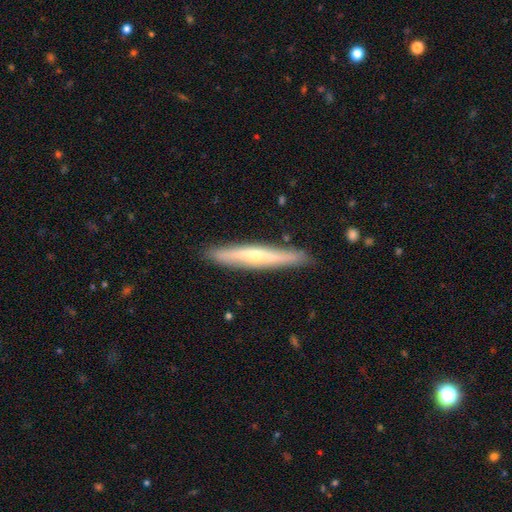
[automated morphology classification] Smooth or featured? featured or disk (63%)
Edge-on disk? yes (92%)
Edge-on bulge? rounded (75%)
Merging? none (89%)